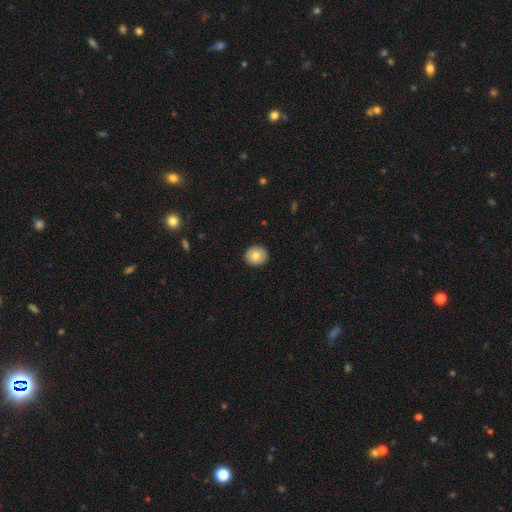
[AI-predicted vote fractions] Smooth or featured? Predicted: smooth (p=0.76). How rounded? Predicted: round (p=0.87). Merging? Predicted: none (p=0.92).